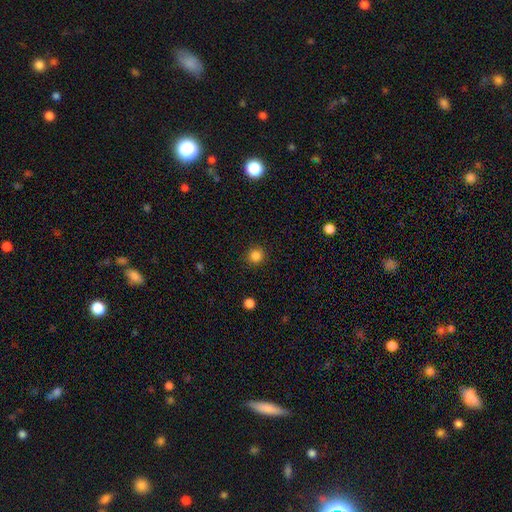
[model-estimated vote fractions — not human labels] Smooth or featured?
  - smooth: 85% *
  - star or artifact: 12%
  - featured or disk: 3%
How rounded?
  - round: 94% *
  - in between: 5%
  - cigar-shaped: 1%
Merging?
  - none: 91% *
  - minor disturbance: 6%
  - major disturbance: 2%
  - merger: 1%